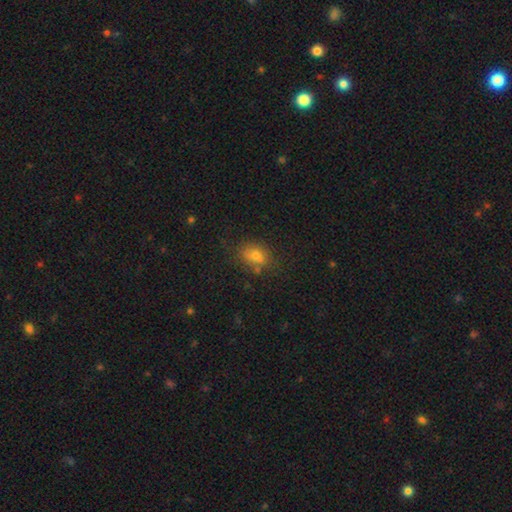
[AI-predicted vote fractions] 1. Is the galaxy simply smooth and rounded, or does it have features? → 67% smooth, 17% star or artifact, 15% featured or disk.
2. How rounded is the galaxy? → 58% in between, 40% round, 2% cigar-shaped.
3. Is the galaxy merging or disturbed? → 65% none, 16% minor disturbance, 13% merger, 6% major disturbance.